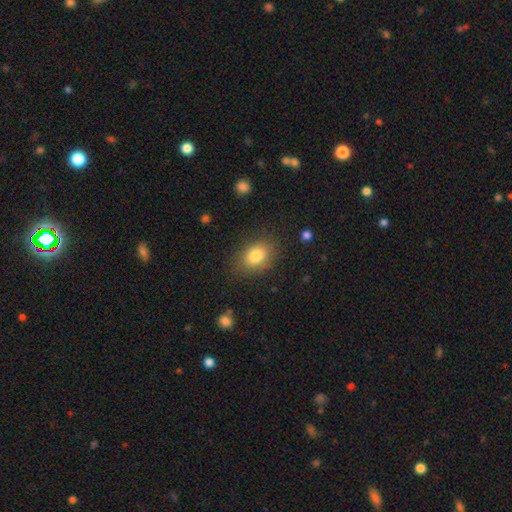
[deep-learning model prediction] A smooth galaxy with no disk features (81%) that is in between round and cigar-shaped (74%). Merging: none (82%).